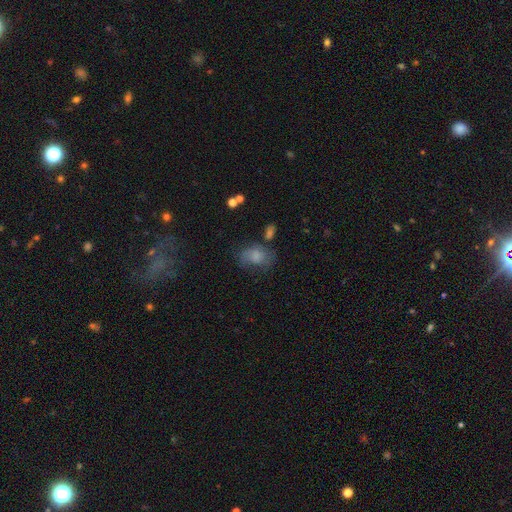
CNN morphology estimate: Overall: smooth (65%). How rounded: in between (73%). Merging: none (40%; minor disturbance 29%).